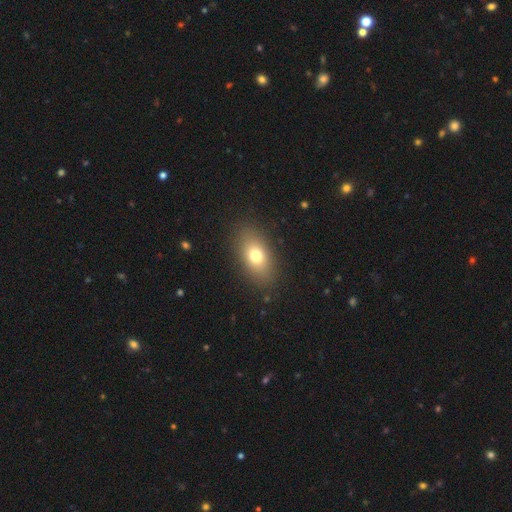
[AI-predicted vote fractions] Morphology: type=smooth (74%); roundness=in between (84%); merging=none (86%).